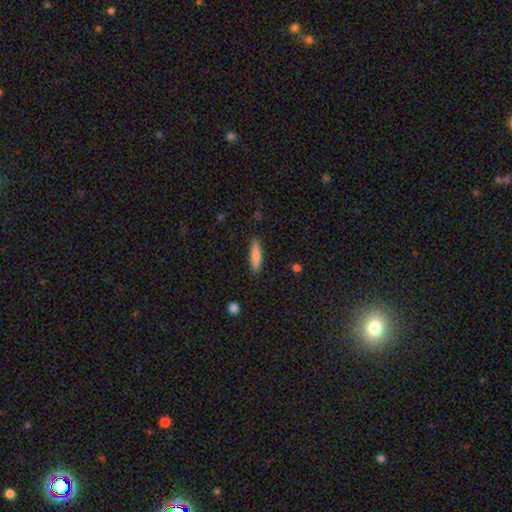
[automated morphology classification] Overall: smooth (81%). How rounded: cigar-shaped (72%). Merging: none (86%).